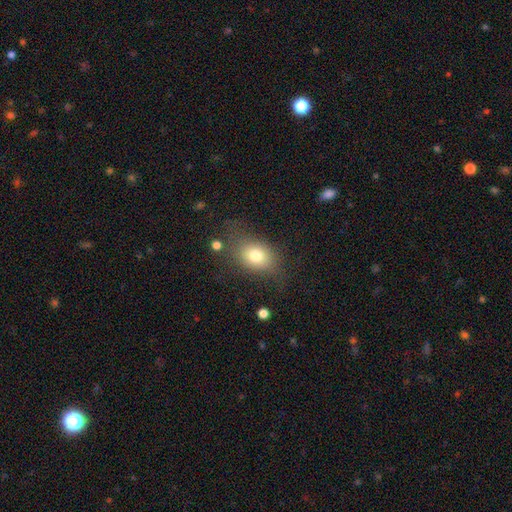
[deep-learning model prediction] Smooth or featured? smooth (74%)
How rounded? in between (62%)
Merging? none (63%)